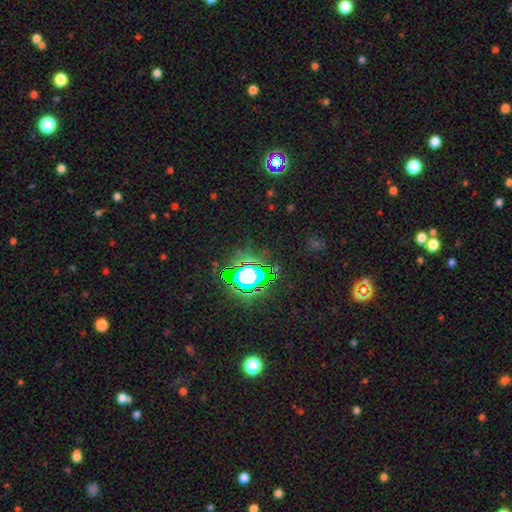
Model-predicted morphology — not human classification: Smooth or featured: star or artifact — 81% (smooth — 11%)